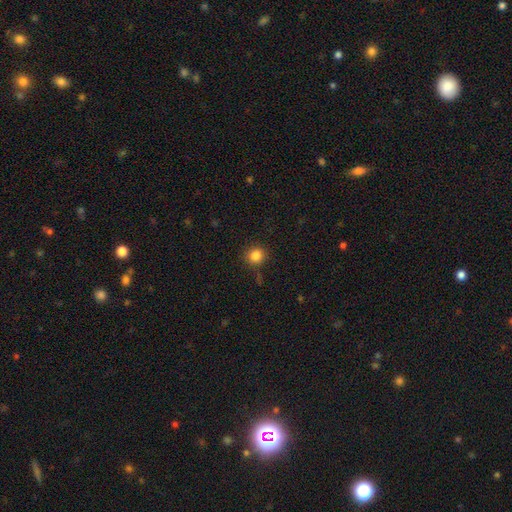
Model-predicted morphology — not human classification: smooth-or-featured: smooth: 84% | star or artifact: 11% | featured or disk: 5%
  how-rounded: round: 88% | in between: 11% | cigar-shaped: 1%
  merging: none: 86% | minor disturbance: 9% | major disturbance: 3% | merger: 2%